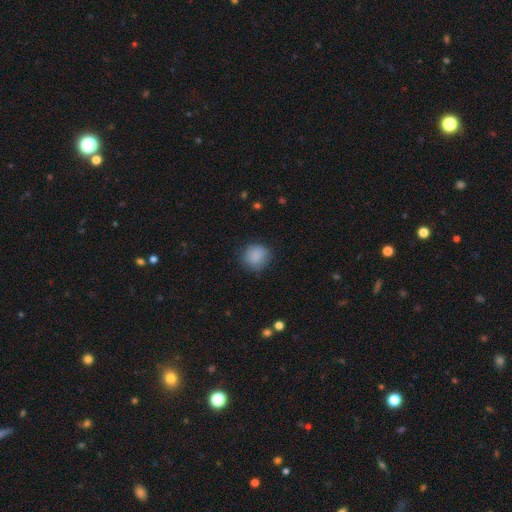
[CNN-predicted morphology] Smooth or featured? smooth (87%)
How rounded? round (83%)
Merging? none (82%)